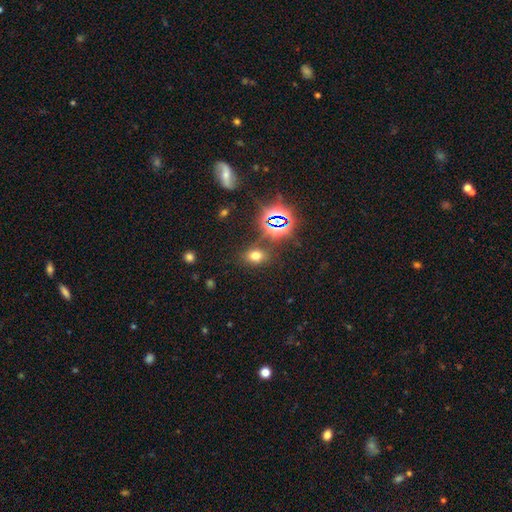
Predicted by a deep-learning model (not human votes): A smooth galaxy with no disk features (60%) that is in between round and cigar-shaped (65%). Merging: none (79%).